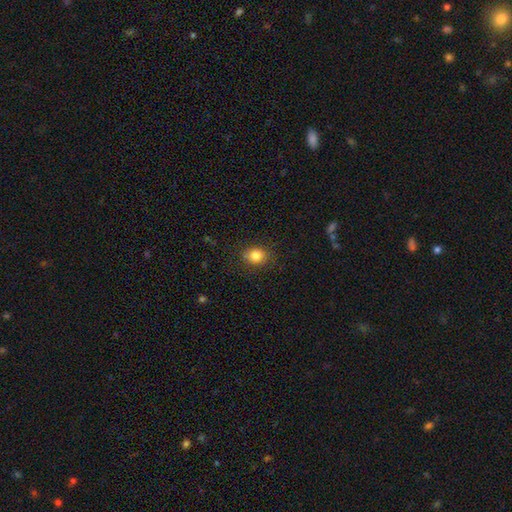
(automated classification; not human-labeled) smooth_or_featured: smooth (p=0.83) [alt: star or artifact p=0.11]
how_rounded: round (p=0.69) [alt: in between p=0.30]
merging: none (p=0.81) [alt: minor disturbance p=0.13]